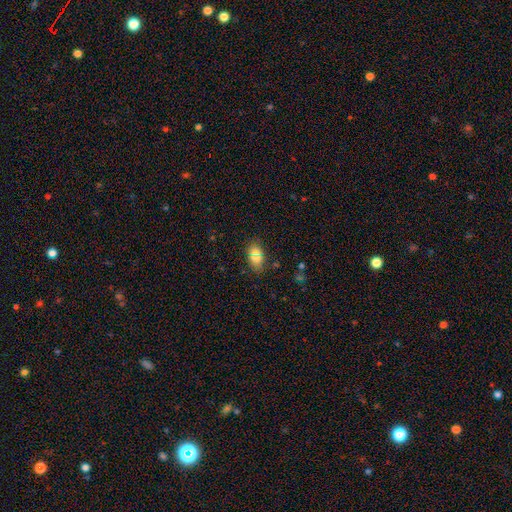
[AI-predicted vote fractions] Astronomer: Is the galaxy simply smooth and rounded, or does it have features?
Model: smooth — 76%.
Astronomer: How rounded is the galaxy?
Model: in between — 84%.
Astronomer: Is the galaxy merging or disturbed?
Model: none — 69%.